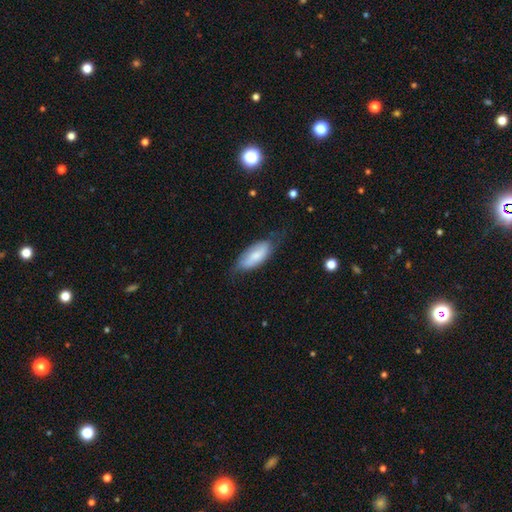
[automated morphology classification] Smooth or featured?
  - smooth: 68% *
  - featured or disk: 26%
  - star or artifact: 6%
How rounded?
  - in between: 84% *
  - cigar-shaped: 14%
  - round: 2%
Merging?
  - none: 55% *
  - minor disturbance: 32%
  - major disturbance: 11%
  - merger: 2%